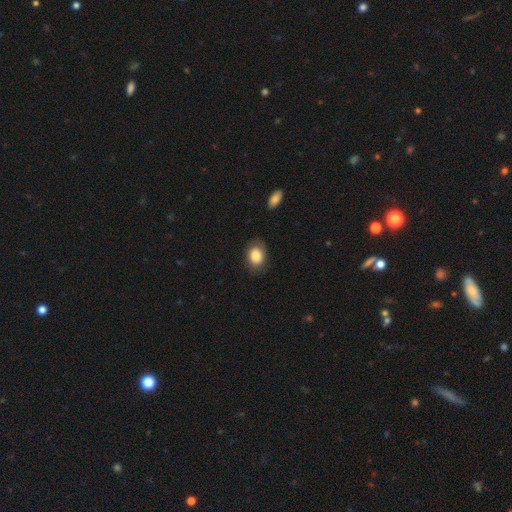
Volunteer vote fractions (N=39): smooth_or_featured: smooth (p=0.92) [alt: star or artifact p=0.05]
how_rounded: in between (p=0.94) [alt: round p=0.06]
merging: none (p=0.84) [alt: minor disturbance p=0.14]